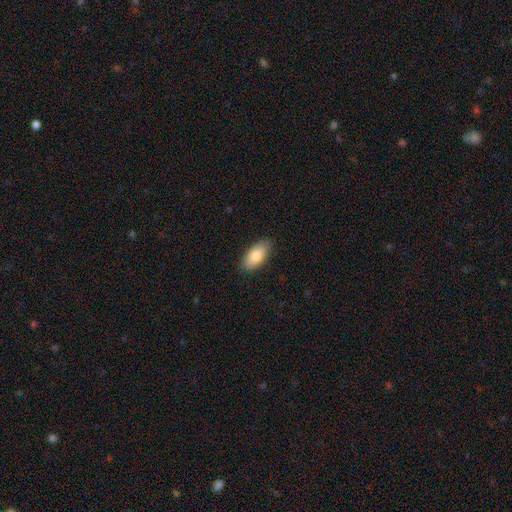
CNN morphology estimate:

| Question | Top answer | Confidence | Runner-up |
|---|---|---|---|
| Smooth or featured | smooth | 83% | featured or disk (11%) |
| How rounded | in between | 91% | cigar-shaped (7%) |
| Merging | none | 86% | minor disturbance (11%) |